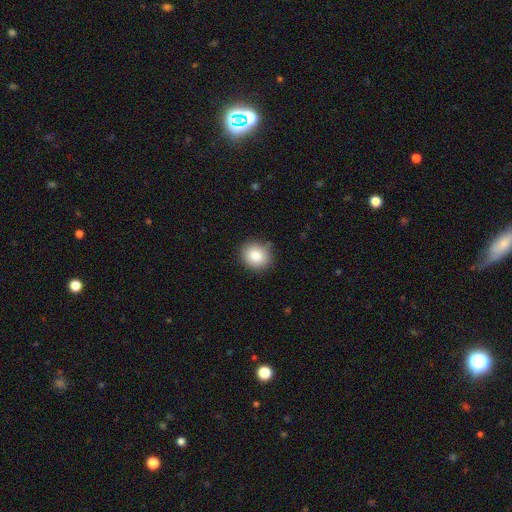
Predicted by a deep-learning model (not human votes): The model was most divided on "how rounded": round: 76%, in between: 23%, cigar-shaped: 1%. More confident: smooth or featured — smooth (86%); merging — none (86%).